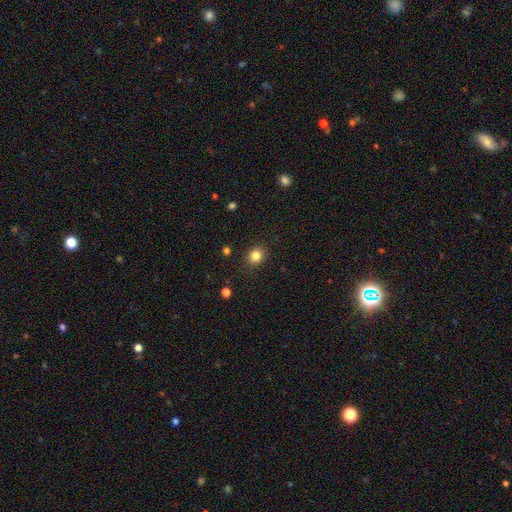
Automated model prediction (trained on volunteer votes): smooth_or_featured: smooth (p=0.83) [alt: star or artifact p=0.12]
how_rounded: round (p=0.77) [alt: in between p=0.22]
merging: none (p=0.88) [alt: minor disturbance p=0.08]